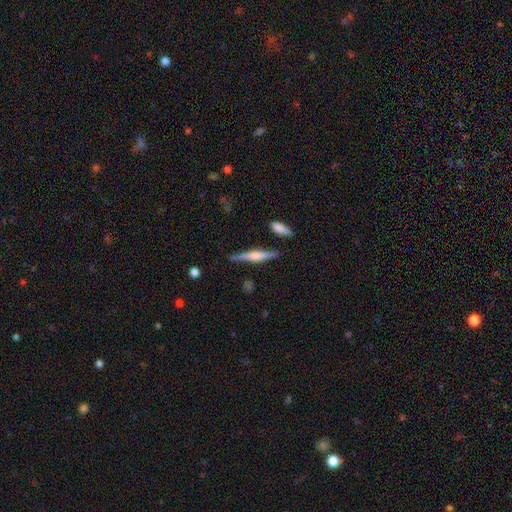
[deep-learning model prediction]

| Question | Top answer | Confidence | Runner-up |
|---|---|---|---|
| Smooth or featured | featured or disk | 60% | smooth (34%) |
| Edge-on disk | yes | 97% | no (3%) |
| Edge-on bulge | rounded | 62% | boxy (27%) |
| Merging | none | 83% | minor disturbance (11%) |